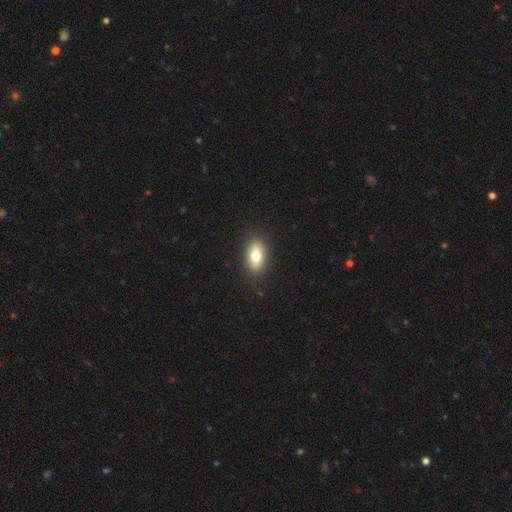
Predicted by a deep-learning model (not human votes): The model was most divided on "smooth or featured": smooth: 79%, featured or disk: 14%, star or artifact: 8%. More confident: merging — none (89%); how rounded — in between (89%).